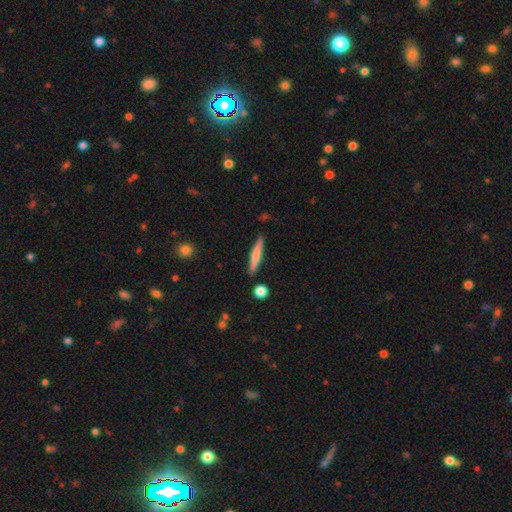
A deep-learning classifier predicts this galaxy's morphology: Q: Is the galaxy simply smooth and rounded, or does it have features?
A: smooth — 65%.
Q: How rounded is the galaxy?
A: cigar-shaped — 92%.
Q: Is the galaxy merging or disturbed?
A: none — 87%.